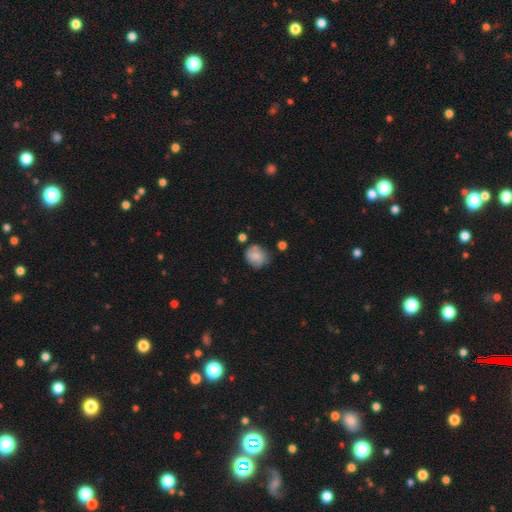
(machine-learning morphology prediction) type=smooth (75%); roundness=round (76%); merging=none (65%).